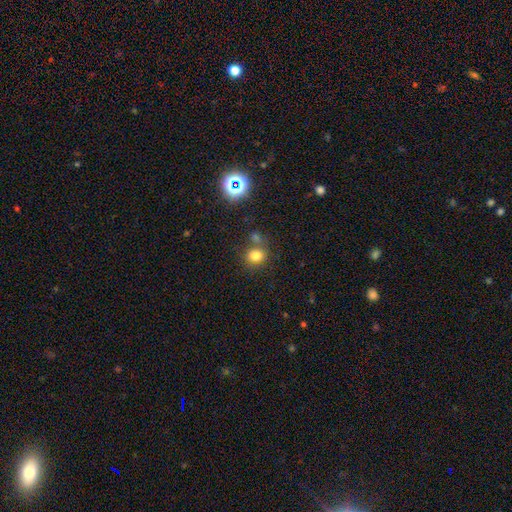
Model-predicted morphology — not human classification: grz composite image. It shows a smooth galaxy with no disk features (76%) that is round (74%). Merging: none (64%).